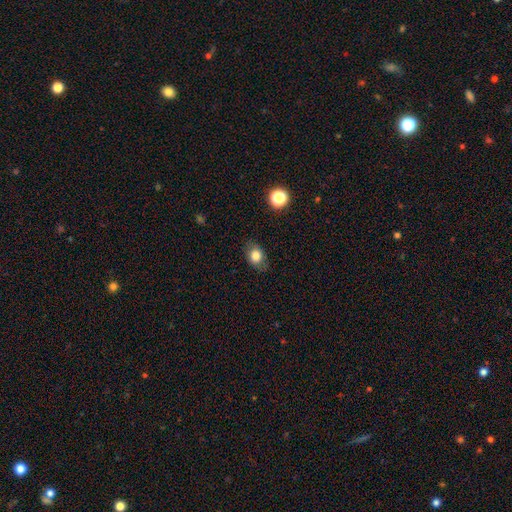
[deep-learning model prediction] Smooth or featured? Predicted: smooth (p=0.81). How rounded? Predicted: in between (p=0.64). Merging? Predicted: none (p=0.80).